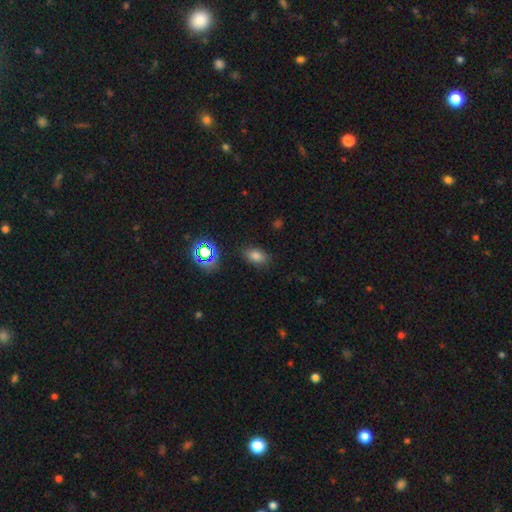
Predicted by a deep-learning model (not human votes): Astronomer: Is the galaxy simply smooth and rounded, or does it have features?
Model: smooth — 76%.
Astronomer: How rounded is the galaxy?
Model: in between — 85%.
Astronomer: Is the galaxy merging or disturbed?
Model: none — 83%.